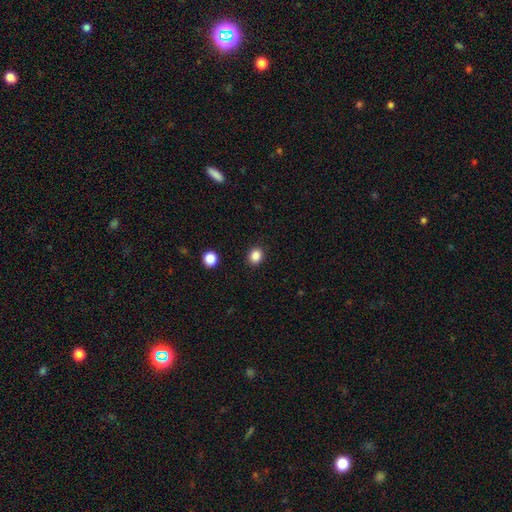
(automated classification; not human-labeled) This appears to be a smooth galaxy with no disk features (86%) that is round (69%). Merging: none (91%).